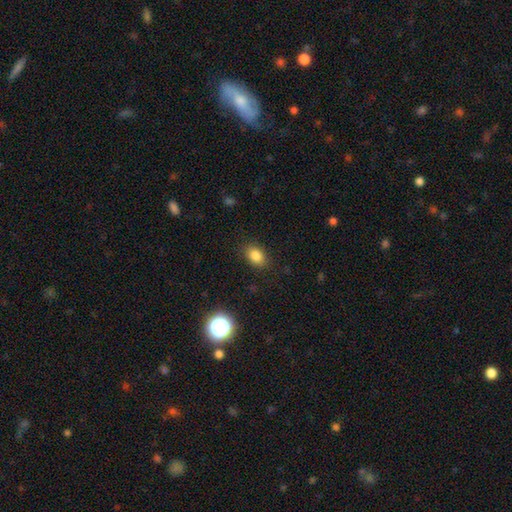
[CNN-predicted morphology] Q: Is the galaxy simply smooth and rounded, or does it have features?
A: smooth — 84%.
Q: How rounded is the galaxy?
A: in between — 76%.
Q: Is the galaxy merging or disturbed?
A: none — 86%.